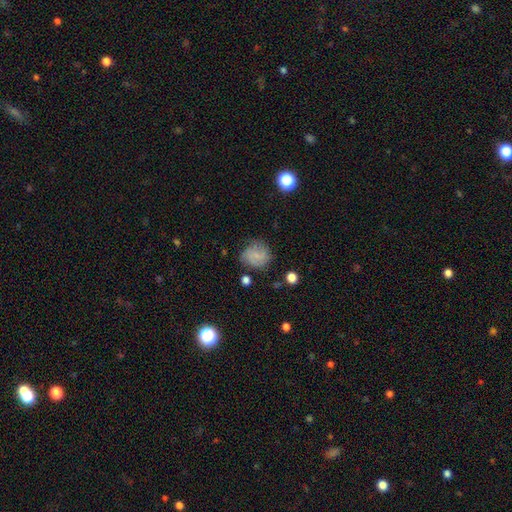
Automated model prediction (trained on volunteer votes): Smooth or featured?
  - smooth: 58% *
  - featured or disk: 32%
  - star or artifact: 10%
How rounded?
  - round: 80% *
  - in between: 19%
  - cigar-shaped: 1%
Merging?
  - none: 67% *
  - minor disturbance: 22%
  - major disturbance: 8%
  - merger: 3%